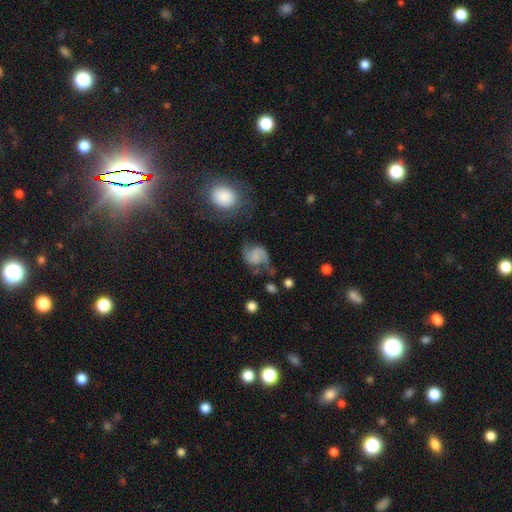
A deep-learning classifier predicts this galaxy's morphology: This is likely a featured or disk galaxy (68%). It is clearly not viewed edge-on (98%). Bar: possibly no (59%). Spiral arm pattern: clearly yes (93%). Spiral arm count: clearly 2 (89%). Spiral winding: possibly loose (46%). Central bulge: likely none (65%). Merging: possibly none (55%).